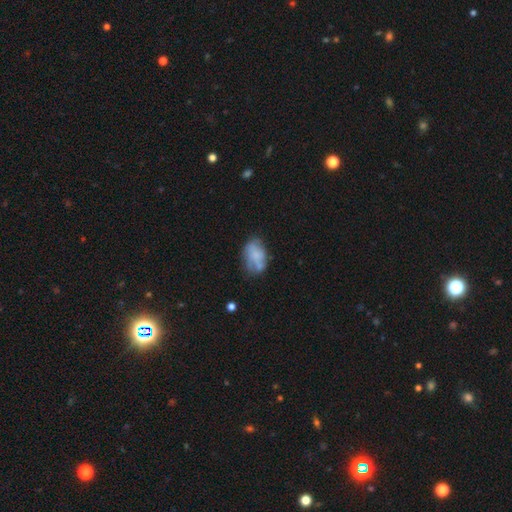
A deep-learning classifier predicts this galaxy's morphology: Smooth or featured?
  - smooth: 56% *
  - featured or disk: 35%
  - star or artifact: 9%
How rounded?
  - in between: 86% *
  - round: 12%
  - cigar-shaped: 2%
Merging?
  - none: 46% *
  - minor disturbance: 30%
  - major disturbance: 16%
  - merger: 8%